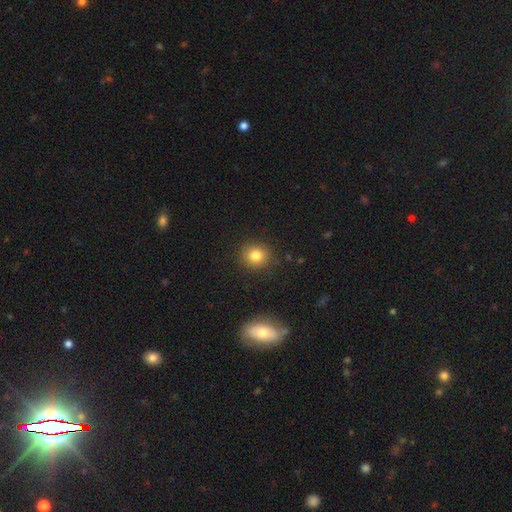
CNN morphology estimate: This is clearly a smooth galaxy (82%). How rounded: clearly round (82%). Merging: clearly none (88%).